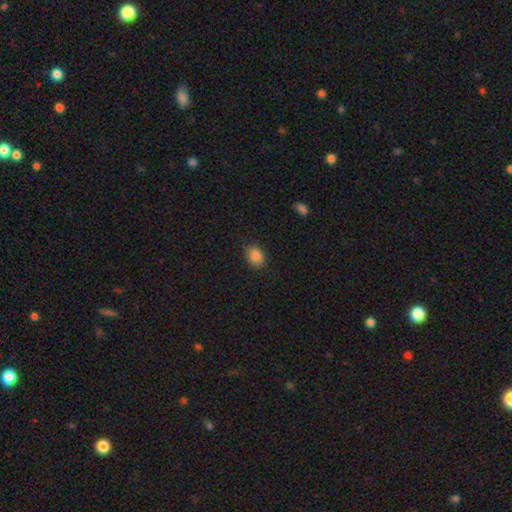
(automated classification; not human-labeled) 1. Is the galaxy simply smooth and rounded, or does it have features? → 86% smooth, 9% star or artifact, 5% featured or disk.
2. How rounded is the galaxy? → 65% in between, 34% round, 1% cigar-shaped.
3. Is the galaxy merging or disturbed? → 82% none, 14% minor disturbance, 3% major disturbance, 1% merger.